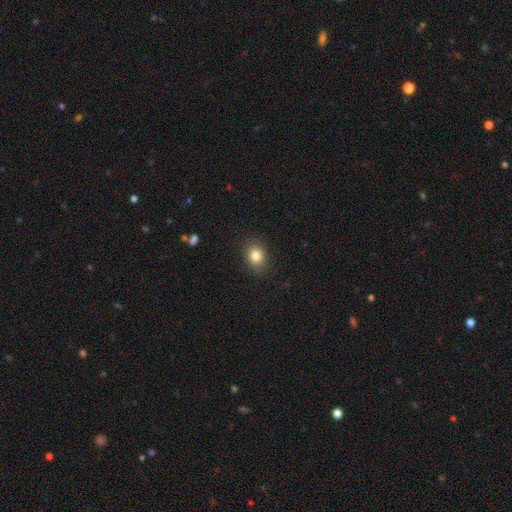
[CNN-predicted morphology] This is clearly a smooth galaxy (83%). How rounded: possibly round (55%). Merging: clearly none (87%).